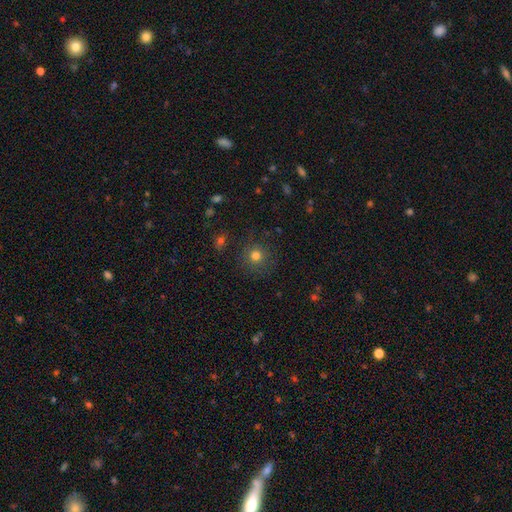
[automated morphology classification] type=smooth (78%); roundness=round (92%); merging=none (85%).